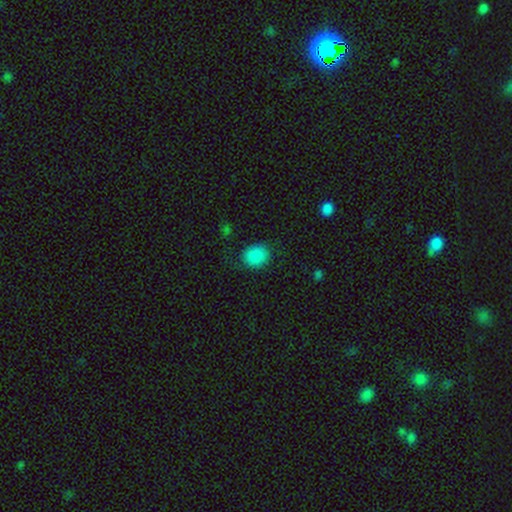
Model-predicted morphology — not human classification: Smooth or featured?
  - smooth: 88% *
  - star or artifact: 8%
  - featured or disk: 4%
How rounded?
  - round: 64% *
  - in between: 35%
  - cigar-shaped: 1%
Merging?
  - none: 80% *
  - minor disturbance: 13%
  - major disturbance: 5%
  - merger: 1%